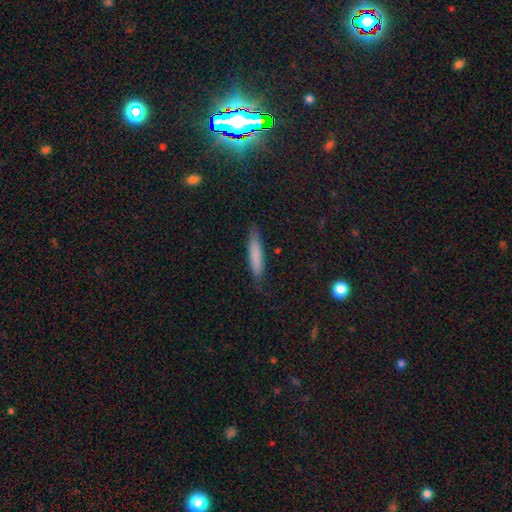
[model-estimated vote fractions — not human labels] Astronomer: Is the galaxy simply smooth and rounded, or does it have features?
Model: smooth — 78%.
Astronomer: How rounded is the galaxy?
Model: cigar-shaped — 87%.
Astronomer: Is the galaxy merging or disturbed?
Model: none — 79%.